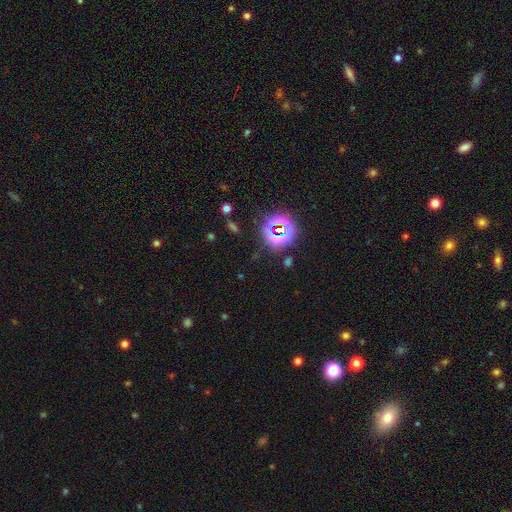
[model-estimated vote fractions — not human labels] Smooth or featured?
  - star or artifact: 75% *
  - smooth: 17%
  - featured or disk: 8%